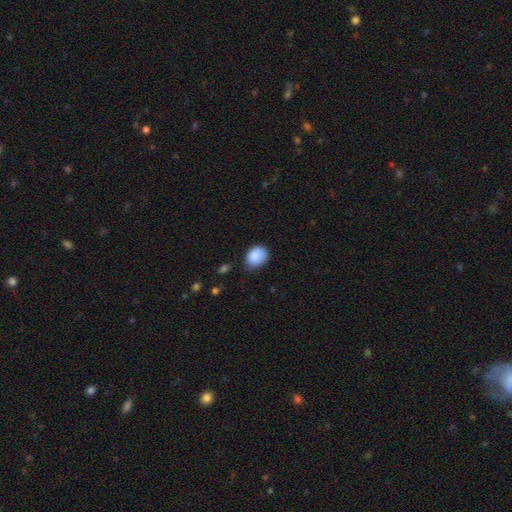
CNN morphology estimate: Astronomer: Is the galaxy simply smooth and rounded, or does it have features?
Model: smooth — 88%.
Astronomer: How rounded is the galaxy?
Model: in between — 52% (runner-up: round, 47%).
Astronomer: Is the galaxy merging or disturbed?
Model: none — 63%.